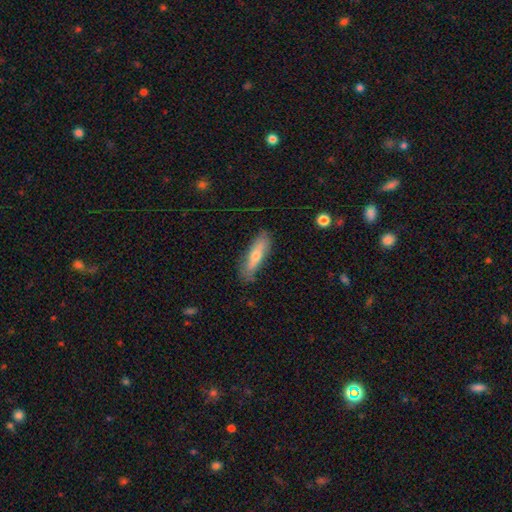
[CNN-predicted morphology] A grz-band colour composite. It shows a smooth galaxy with no disk features (59%) that is cigar-shaped (68%). Merging: none (79%).